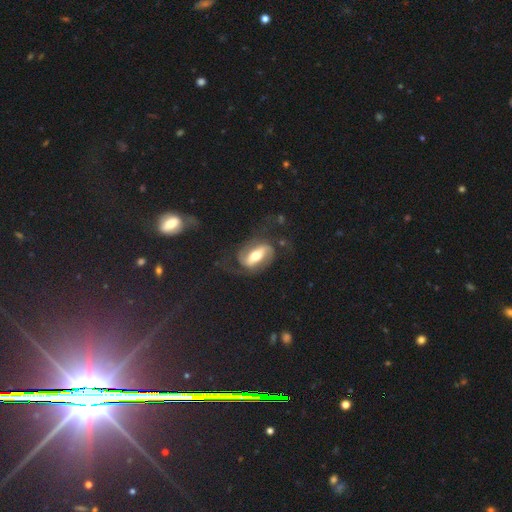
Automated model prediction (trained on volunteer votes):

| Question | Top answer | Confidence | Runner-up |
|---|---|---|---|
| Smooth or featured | featured or disk | 78% | smooth (16%) |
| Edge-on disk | no | 94% | yes (6%) |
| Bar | strong | 58% | weak (27%) |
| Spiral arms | yes | 91% | no (9%) |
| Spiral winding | medium | 45% | loose (34%) |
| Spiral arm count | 2 | 88% | can't tell (5%) |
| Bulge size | moderate | 61% | large (22%) |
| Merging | none | 60% | major disturbance (21%) |